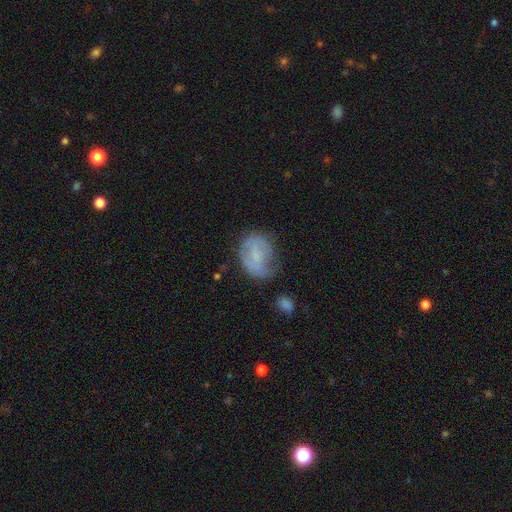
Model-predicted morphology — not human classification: A smooth galaxy with no disk features (49%). Merging: none (46%).